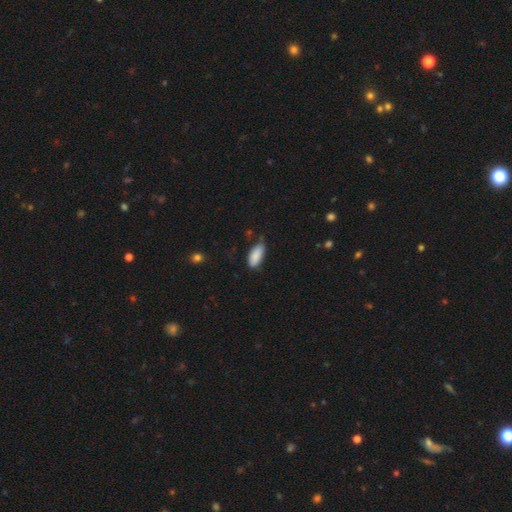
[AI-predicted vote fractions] Smooth or featured?
  - smooth: 88% *
  - star or artifact: 6%
  - featured or disk: 5%
How rounded?
  - in between: 86% *
  - cigar-shaped: 12%
  - round: 2%
Merging?
  - none: 67% *
  - minor disturbance: 27%
  - major disturbance: 4%
  - merger: 2%